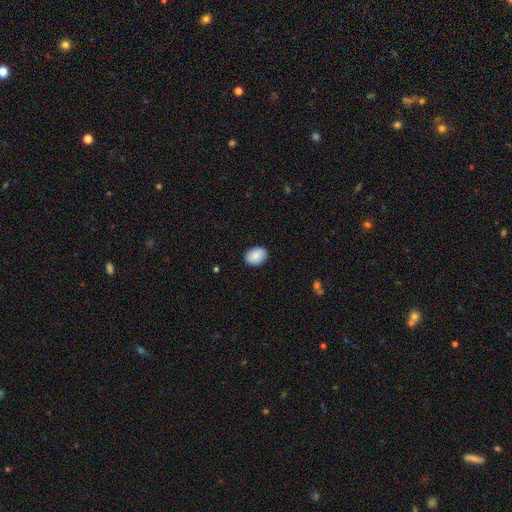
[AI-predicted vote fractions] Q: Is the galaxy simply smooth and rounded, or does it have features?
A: smooth — 88%.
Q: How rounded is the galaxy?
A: in between — 70%.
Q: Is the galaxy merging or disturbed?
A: none — 88%.